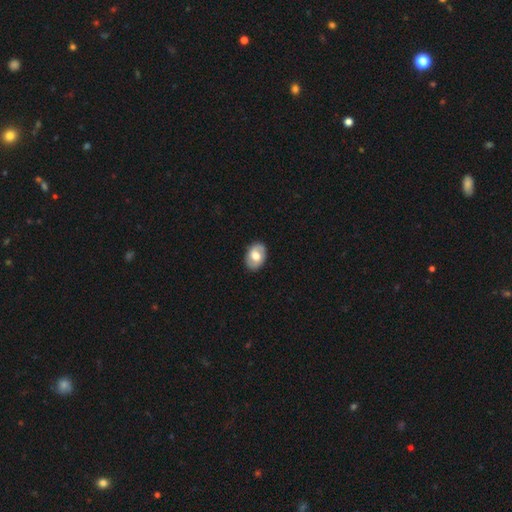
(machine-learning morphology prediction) Smooth or featured? Predicted: smooth (p=0.51). How rounded? Predicted: in between (p=0.78). Merging? Predicted: none (p=0.87).